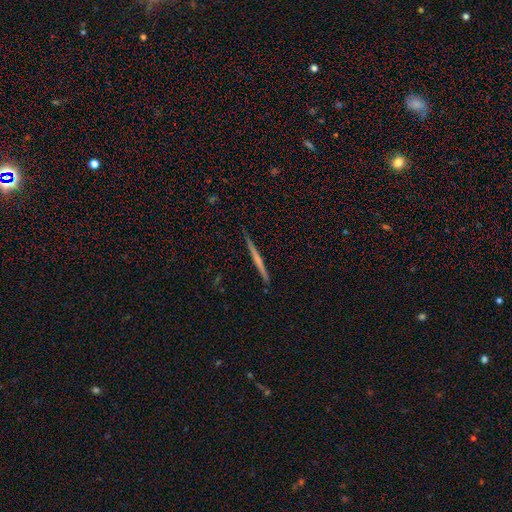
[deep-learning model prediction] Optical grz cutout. It shows a featured or disk galaxy (57%) viewed edge-on (98%) with no central bulge (81%). Merging: none (92%).